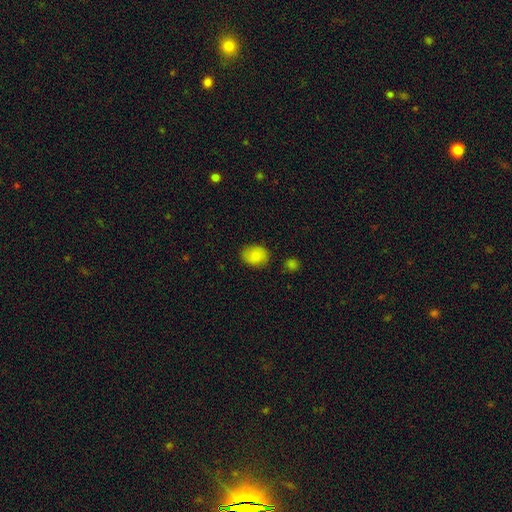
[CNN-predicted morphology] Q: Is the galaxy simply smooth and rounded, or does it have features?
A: smooth — 86%.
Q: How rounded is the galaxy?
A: in between — 59%.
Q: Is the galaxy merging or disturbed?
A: none — 80%.